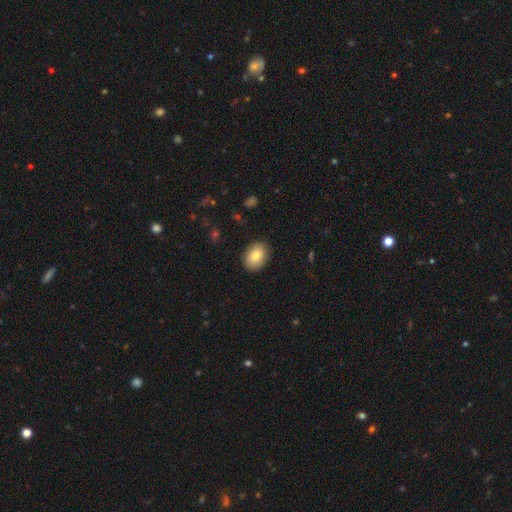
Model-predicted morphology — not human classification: Q: Smooth or featured?
A: smooth (82%); runner-up: featured or disk (11%)
Q: How rounded?
A: in between (78%); runner-up: round (20%)
Q: Merging?
A: none (88%); runner-up: minor disturbance (8%)